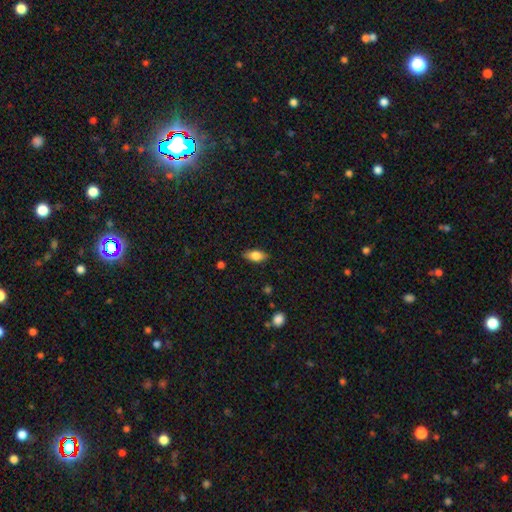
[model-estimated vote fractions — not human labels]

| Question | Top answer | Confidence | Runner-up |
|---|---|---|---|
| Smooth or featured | smooth | 74% | featured or disk (18%) |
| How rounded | in between | 84% | cigar-shaped (12%) |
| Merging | none | 85% | minor disturbance (12%) |